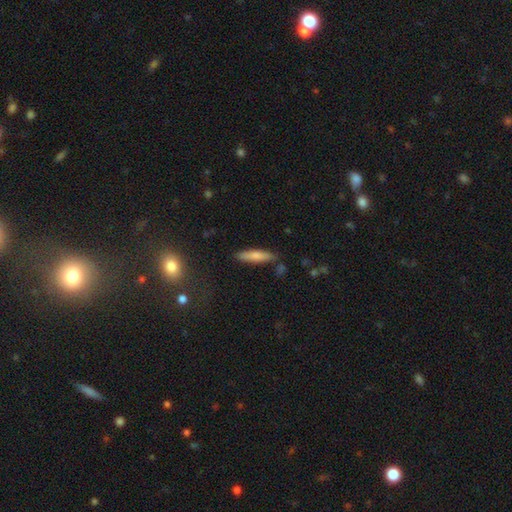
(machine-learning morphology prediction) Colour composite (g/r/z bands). It shows a smooth galaxy with no disk features (73%) that is cigar-shaped (82%). Merging: none (82%).